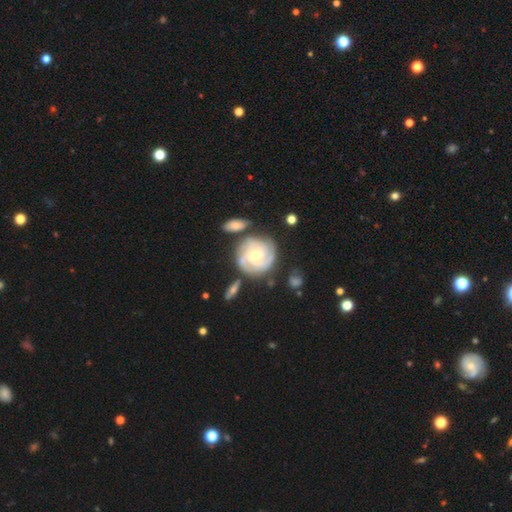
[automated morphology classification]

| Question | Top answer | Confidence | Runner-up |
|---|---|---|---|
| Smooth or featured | featured or disk | 81% | smooth (15%) |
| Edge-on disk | no | 98% | yes (2%) |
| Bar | no | 67% | weak (28%) |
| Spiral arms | yes | 95% | no (5%) |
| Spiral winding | tight | 72% | medium (23%) |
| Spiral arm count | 3 | 30% | 2 (26%) |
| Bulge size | small | 49% | moderate (46%) |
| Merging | none | 69% | minor disturbance (17%) |